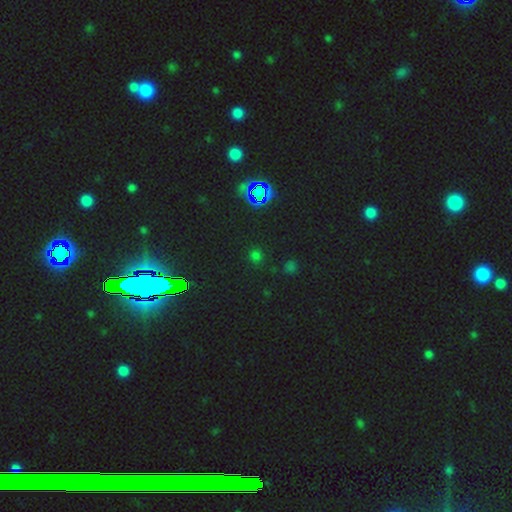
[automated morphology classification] Overall: star or artifact (48%; smooth 47%).